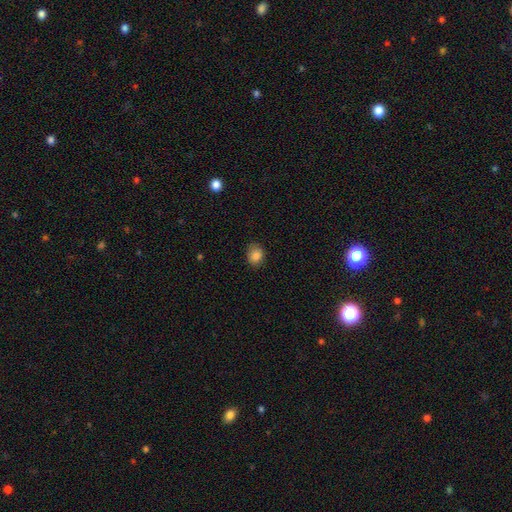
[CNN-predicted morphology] Q: Smooth or featured?
A: smooth (85%); runner-up: star or artifact (10%)
Q: How rounded?
A: in between (51%); runner-up: round (48%)
Q: Merging?
A: none (80%); runner-up: minor disturbance (16%)